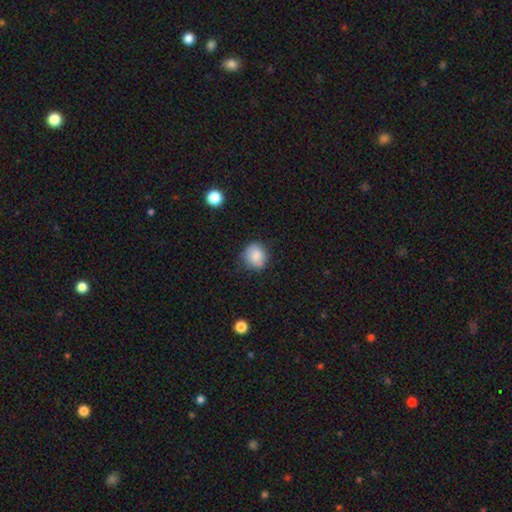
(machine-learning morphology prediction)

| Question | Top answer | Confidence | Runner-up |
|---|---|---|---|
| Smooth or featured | smooth | 82% | featured or disk (9%) |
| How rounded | round | 82% | in between (17%) |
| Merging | none | 72% | minor disturbance (20%) |